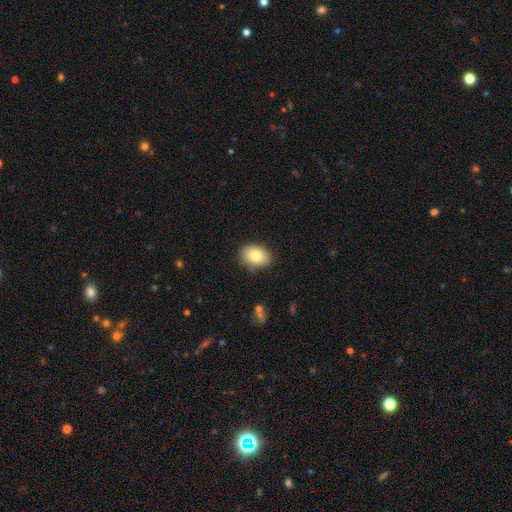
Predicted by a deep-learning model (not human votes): Morphology: type=smooth (82%); roundness=in between (78%); merging=none (84%).